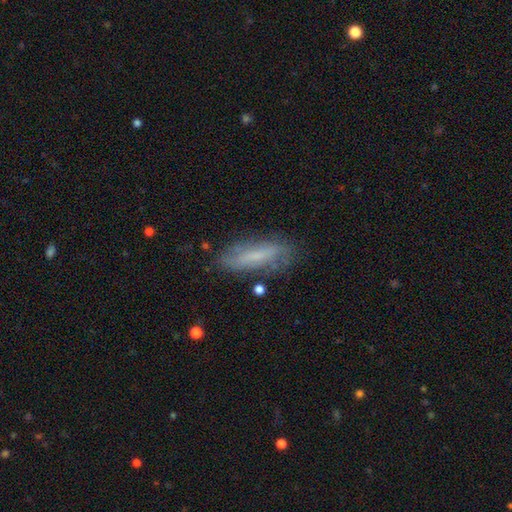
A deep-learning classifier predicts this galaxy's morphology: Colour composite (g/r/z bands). It shows a smooth galaxy with no disk features (51%) that is cigar-shaped (53%). Merging: none (73%).